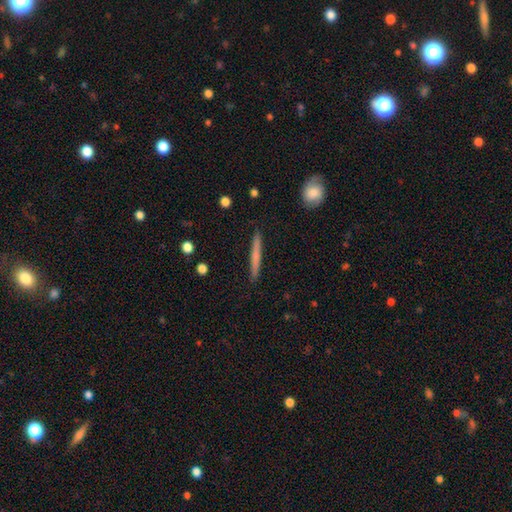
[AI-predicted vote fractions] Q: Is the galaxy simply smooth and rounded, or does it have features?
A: smooth — 60%.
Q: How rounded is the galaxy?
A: cigar-shaped — 96%.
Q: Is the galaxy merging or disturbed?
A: none — 90%.